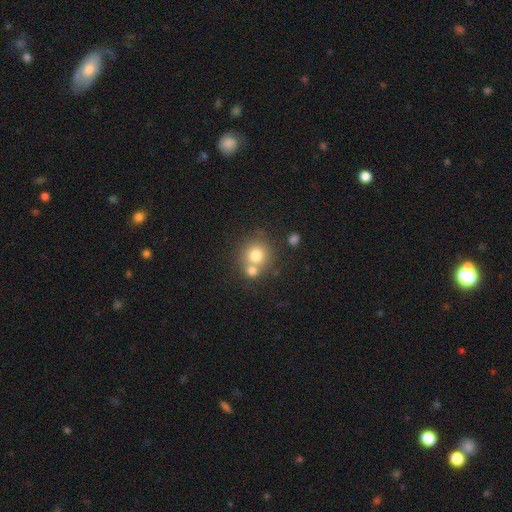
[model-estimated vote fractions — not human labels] Smooth or featured? smooth (75%)
How rounded? round (87%)
Merging? none (49%)